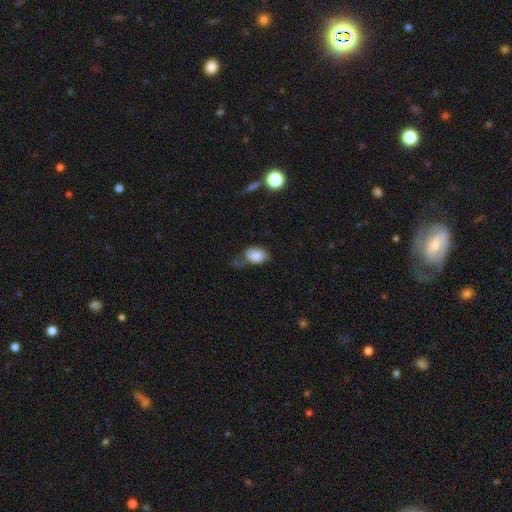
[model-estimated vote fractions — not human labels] Q: Smooth or featured?
A: smooth (82%); runner-up: featured or disk (10%)
Q: How rounded?
A: in between (82%); runner-up: round (16%)
Q: Merging?
A: none (40%); runner-up: minor disturbance (33%)